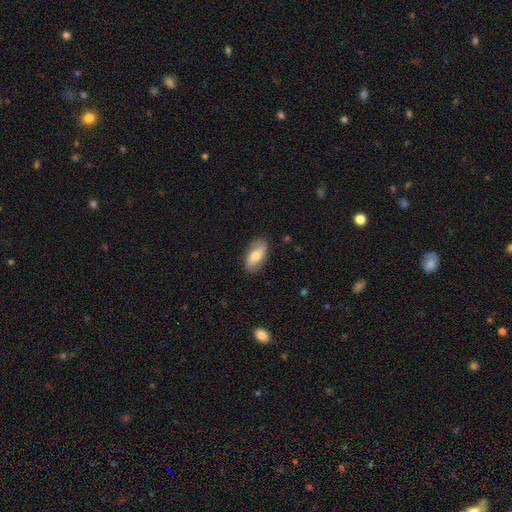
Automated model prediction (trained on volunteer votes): A smooth galaxy with no disk features (64%) that is in between round and cigar-shaped (89%). Merging: none (83%).